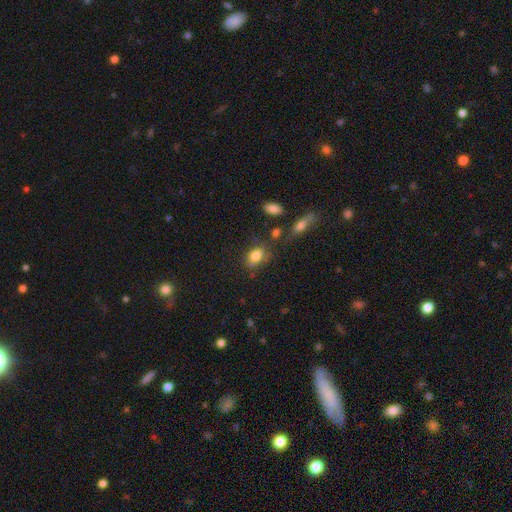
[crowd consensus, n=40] Smooth or featured?
  - smooth: 88% *
  - featured or disk: 8%
  - star or artifact: 5%
How rounded?
  - in between: 89% *
  - round: 11%
  - cigar-shaped: 0%
Merging?
  - none: 68% *
  - minor disturbance: 26%
  - major disturbance: 3%
  - merger: 3%